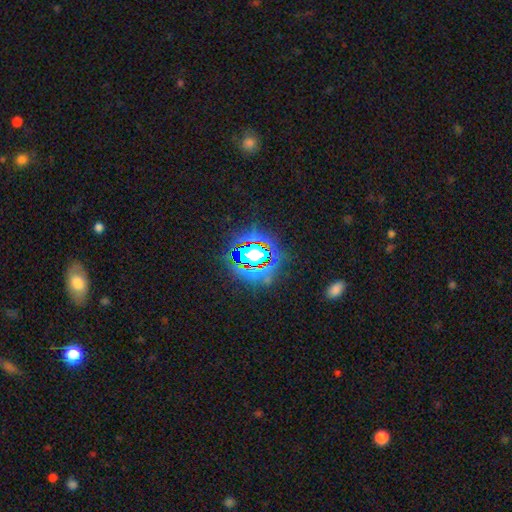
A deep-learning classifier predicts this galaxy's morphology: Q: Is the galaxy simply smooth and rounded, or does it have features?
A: star or artifact — 80%.